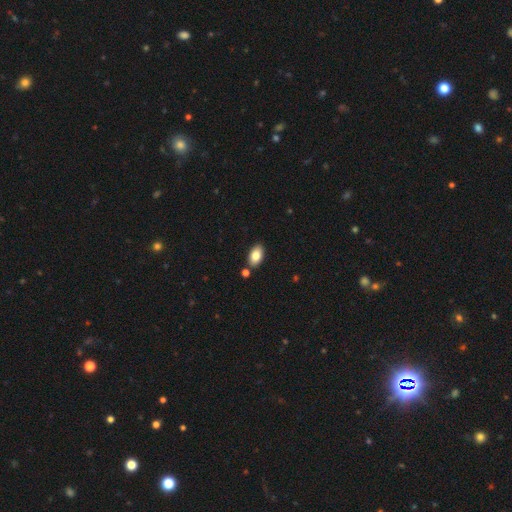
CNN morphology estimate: Smooth or featured: smooth — 83% (featured or disk — 10%)
How rounded: in between — 93% (round — 6%)
Merging: none — 82% (minor disturbance — 10%)